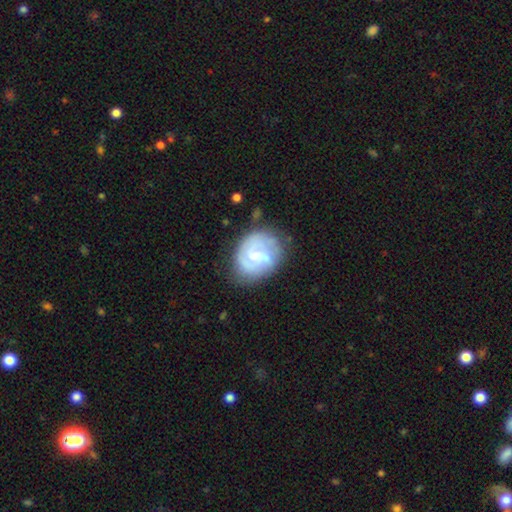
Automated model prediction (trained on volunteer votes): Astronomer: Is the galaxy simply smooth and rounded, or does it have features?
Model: featured or disk — 72%.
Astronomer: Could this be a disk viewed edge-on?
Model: no — 98%.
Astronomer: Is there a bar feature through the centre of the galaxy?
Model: weak — 50% (runner-up: no, 41%).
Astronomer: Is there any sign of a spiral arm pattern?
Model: yes — 86%.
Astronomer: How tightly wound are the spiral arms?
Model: tight — 42%, tied with medium at 42%.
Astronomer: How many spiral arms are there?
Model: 2 — 46% (runner-up: can't tell, 26%).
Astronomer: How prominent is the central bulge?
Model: small — 53% (runner-up: moderate, 38%).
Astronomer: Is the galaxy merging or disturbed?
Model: none — 63%.